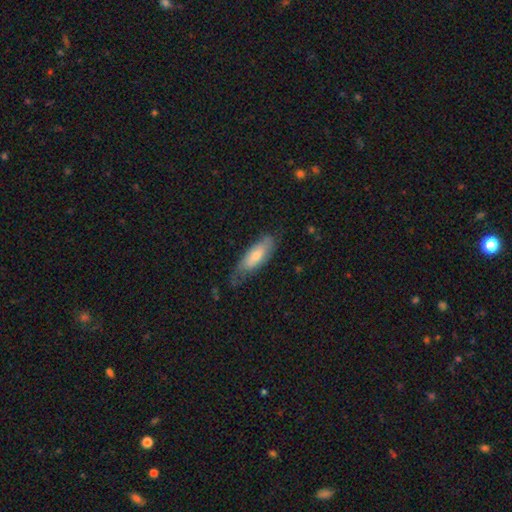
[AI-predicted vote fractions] This is possibly a smooth galaxy (59%). How rounded: possibly in between (55%). Merging: possibly none (59%).